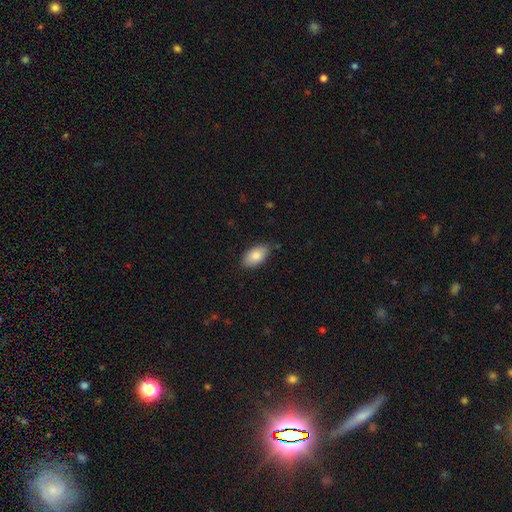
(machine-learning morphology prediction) smooth_or_featured: smooth (p=0.85) [alt: featured or disk p=0.09]
how_rounded: in between (p=0.94) [alt: round p=0.03]
merging: none (p=0.81) [alt: minor disturbance p=0.16]